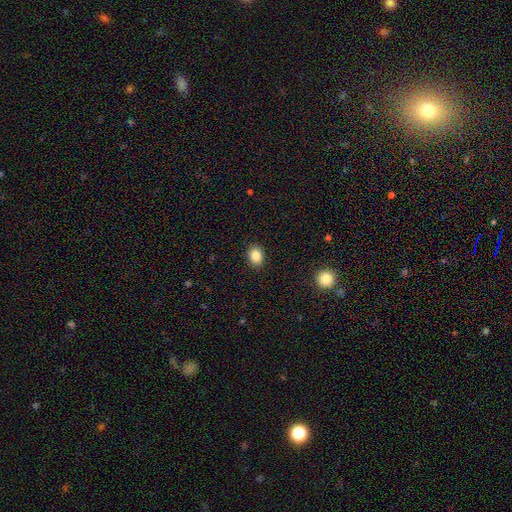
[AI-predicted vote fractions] smooth 86%, star or artifact 9%, featured or disk 5%. Down the decision tree: how rounded — in between (61%); merging — none (90%).